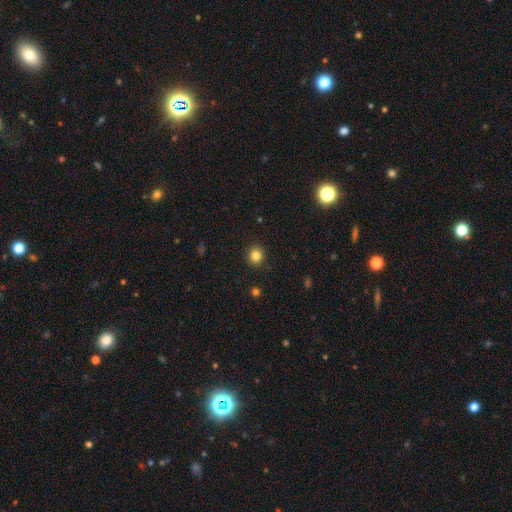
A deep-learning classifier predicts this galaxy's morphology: The model was most divided on "smooth or featured": smooth: 83%, star or artifact: 12%, featured or disk: 5%. More confident: merging — none (91%); how rounded — round (85%).